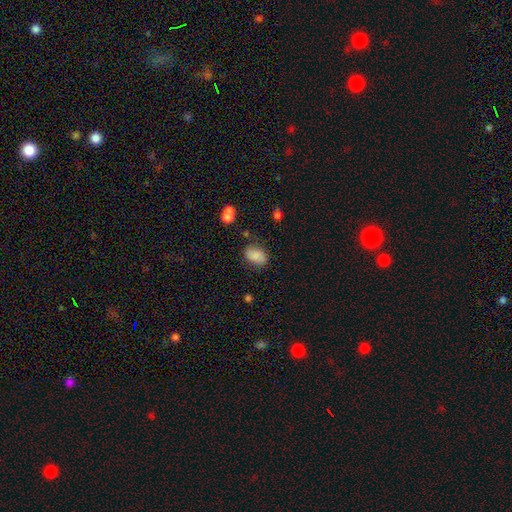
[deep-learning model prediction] Morphology: type=smooth (85%); roundness=in between (85%); merging=none (76%).